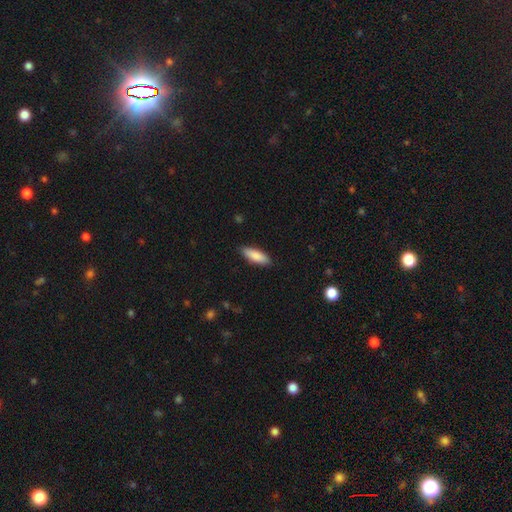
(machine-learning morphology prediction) Smooth or featured? smooth (87%)
How rounded? in between (62%)
Merging? none (88%)